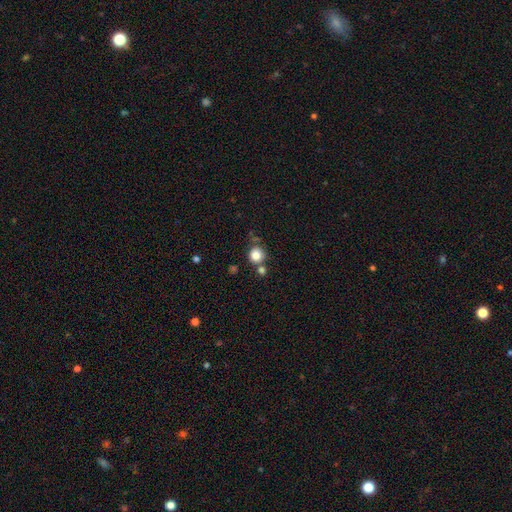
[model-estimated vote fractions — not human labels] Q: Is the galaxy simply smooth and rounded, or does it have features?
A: smooth — 83%.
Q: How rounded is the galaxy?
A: round — 90%.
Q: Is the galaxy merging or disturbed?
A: none — 66%.